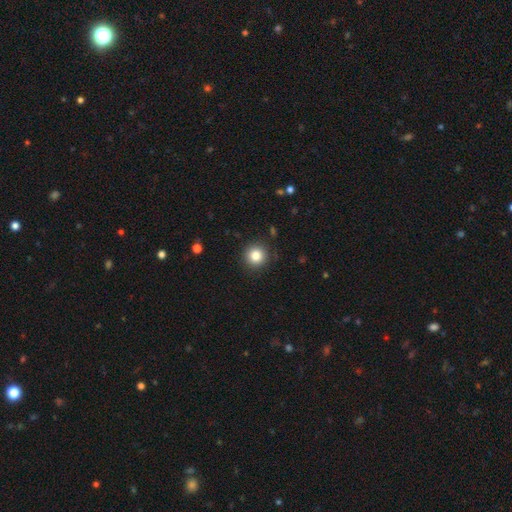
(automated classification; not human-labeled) smooth 83%, star or artifact 11%, featured or disk 6%. Down the decision tree: how rounded — round (95%); merging — none (90%).